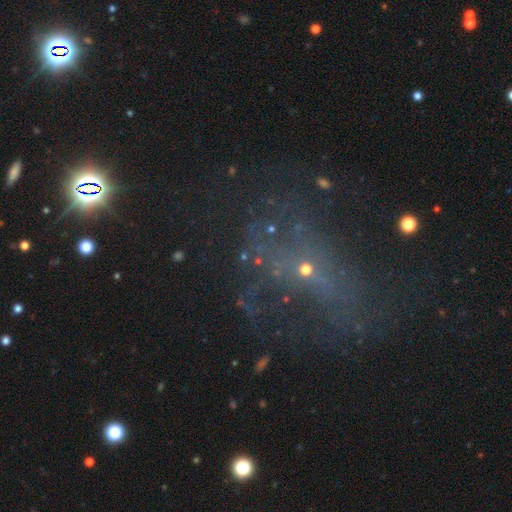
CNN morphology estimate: smooth_or_featured: featured or disk (p=0.39) [alt: star or artifact p=0.38]
merging: none (p=0.49) [alt: major disturbance p=0.28]